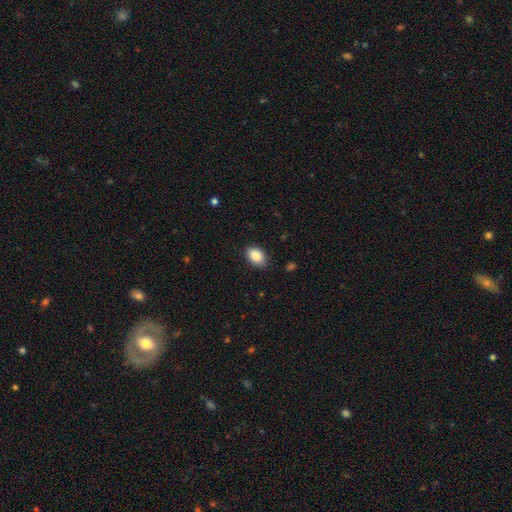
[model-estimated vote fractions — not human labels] Morphology: type=smooth (88%); roundness=in between (82%); merging=none (81%).